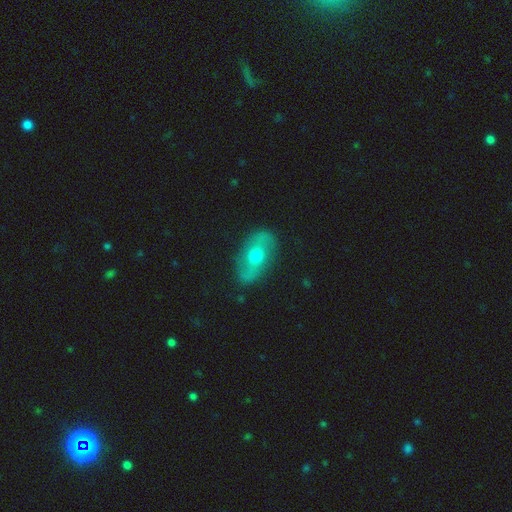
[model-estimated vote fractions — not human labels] A featured or disk galaxy (60%) with no bar (59%), spiral arms (64%) and a moderate central bulge (74%). Merging: none (83%).